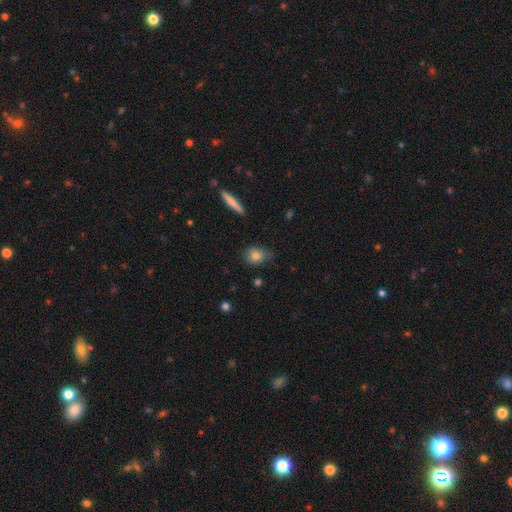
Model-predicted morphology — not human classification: Q: Smooth or featured?
A: smooth (79%); runner-up: featured or disk (12%)
Q: How rounded?
A: in between (59%); runner-up: round (38%)
Q: Merging?
A: none (70%); runner-up: minor disturbance (24%)